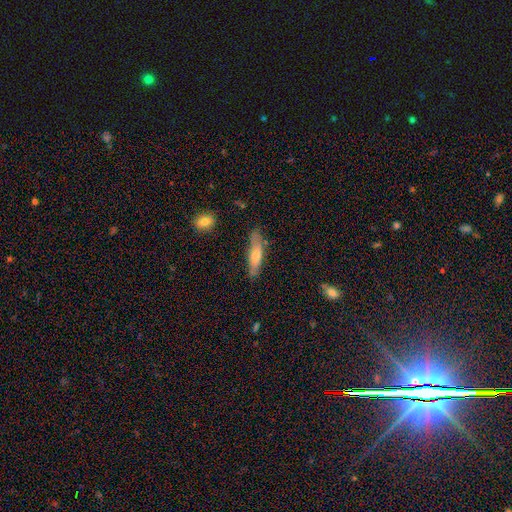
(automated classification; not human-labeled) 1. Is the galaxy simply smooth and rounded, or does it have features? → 58% smooth, 35% featured or disk, 7% star or artifact.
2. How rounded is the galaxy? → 73% cigar-shaped, 25% in between, 2% round.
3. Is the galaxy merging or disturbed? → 76% none, 18% minor disturbance, 4% major disturbance, 2% merger.